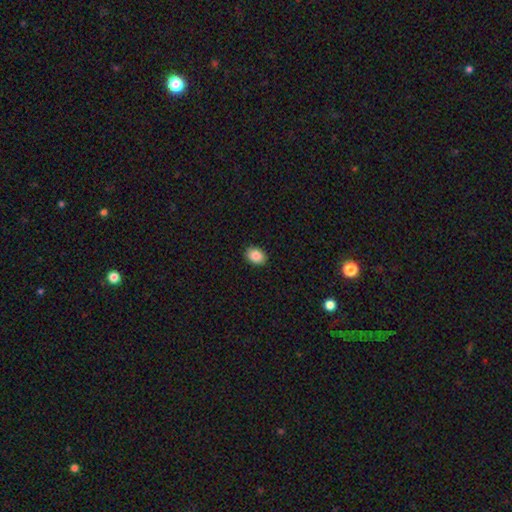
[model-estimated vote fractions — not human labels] Morphology: type=smooth (87%); roundness=in between (69%); merging=none (90%).